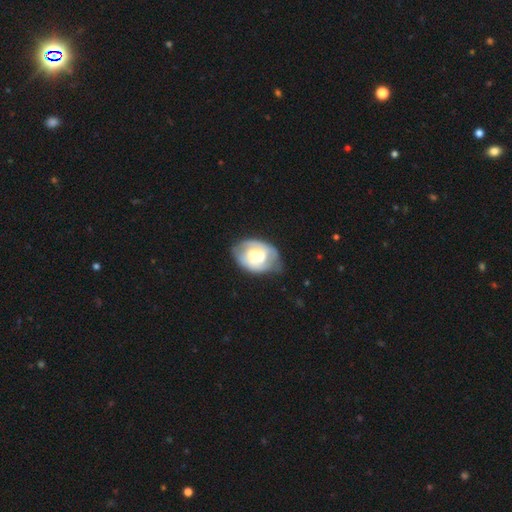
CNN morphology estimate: Q: Smooth or featured?
A: featured or disk (62%); runner-up: smooth (32%)
Q: Edge-on disk?
A: no (96%); runner-up: yes (4%)
Q: Bar?
A: weak (44%); runner-up: no (40%)
Q: Spiral arms?
A: yes (74%); runner-up: no (26%)
Q: Bulge size?
A: moderate (63%); runner-up: small (19%)
Q: Merging?
A: none (58%); runner-up: minor disturbance (30%)